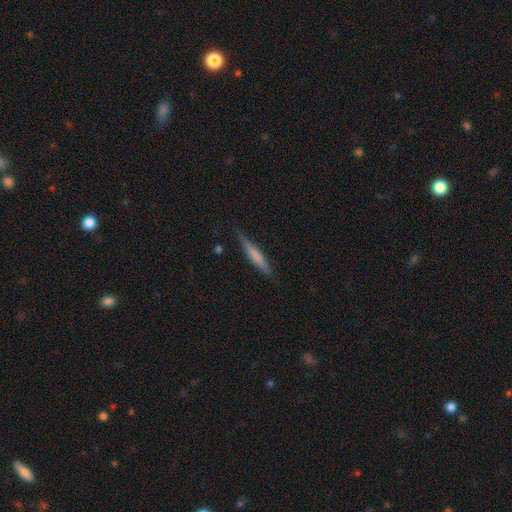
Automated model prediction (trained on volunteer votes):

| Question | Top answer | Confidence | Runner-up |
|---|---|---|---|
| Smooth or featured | smooth | 58% | featured or disk (36%) |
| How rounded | cigar-shaped | 93% | in between (5%) |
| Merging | none | 85% | minor disturbance (12%) |